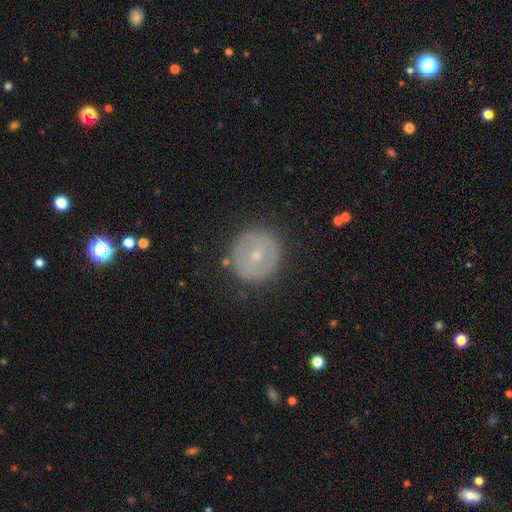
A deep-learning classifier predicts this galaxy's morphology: smooth-or-featured: featured or disk: 46% | smooth: 45% | star or artifact: 10%
  merging: none: 86% | minor disturbance: 9% | major disturbance: 4% | merger: 1%